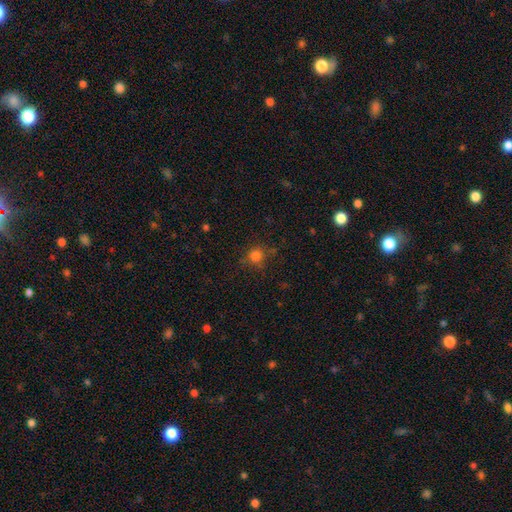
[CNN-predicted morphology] Smooth or featured?
  - smooth: 79% *
  - star or artifact: 16%
  - featured or disk: 6%
How rounded?
  - round: 90% *
  - in between: 9%
  - cigar-shaped: 1%
Merging?
  - none: 78% *
  - minor disturbance: 14%
  - major disturbance: 5%
  - merger: 3%